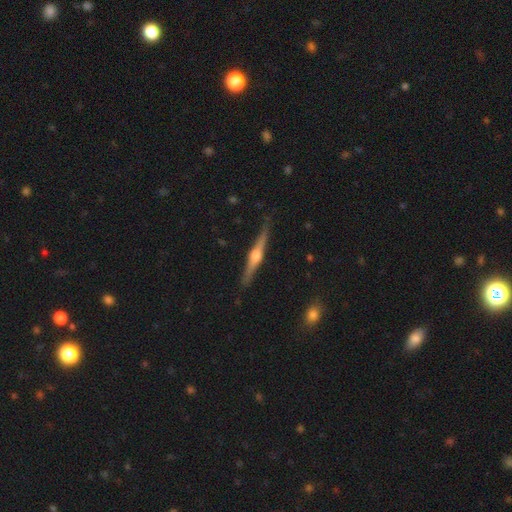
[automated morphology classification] This appears to be a featured or disk galaxy (78%) viewed edge-on (98%) with a rounded central bulge (92%). Merging: none (86%).